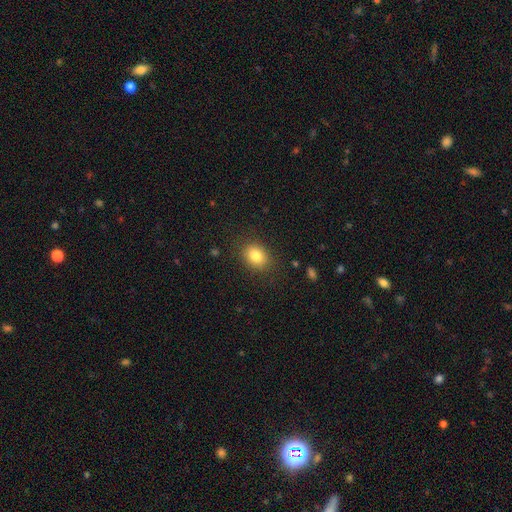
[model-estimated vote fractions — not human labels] A smooth galaxy with no disk features (82%) that is in between round and cigar-shaped (57%).

Vote fractions:
- Smooth or featured? smooth: 82% / star or artifact: 10% / featured or disk: 8%
- How rounded? in between: 57% / round: 43% / cigar-shaped: 1%
- Merging? none: 85% / minor disturbance: 10% / major disturbance: 3% / merger: 1%